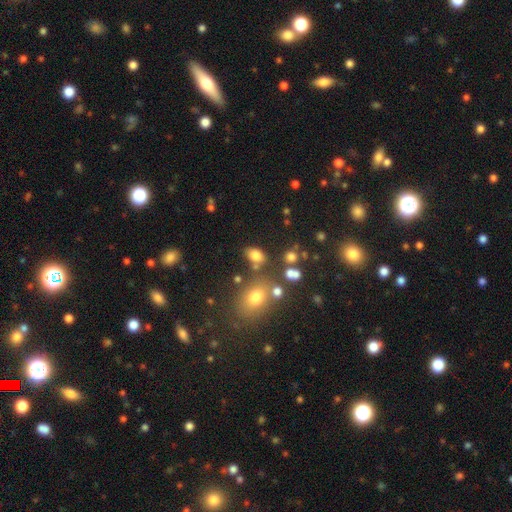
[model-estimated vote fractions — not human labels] Smooth or featured? Predicted: smooth (p=0.77). How rounded? Predicted: in between (p=0.82). Merging? Predicted: none (p=0.63).